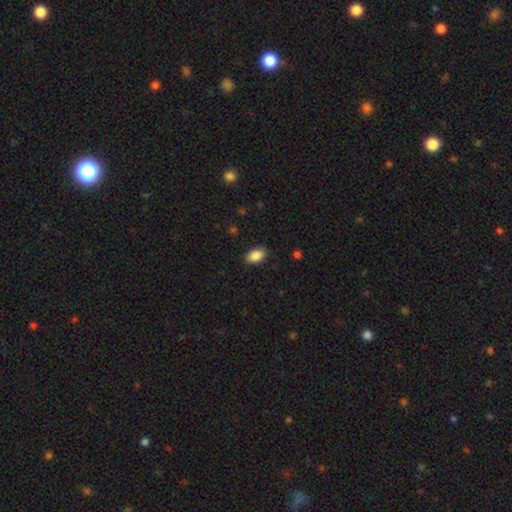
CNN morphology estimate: This appears to be a smooth galaxy with no disk features (88%) that is in between round and cigar-shaped (91%). Merging: none (88%).